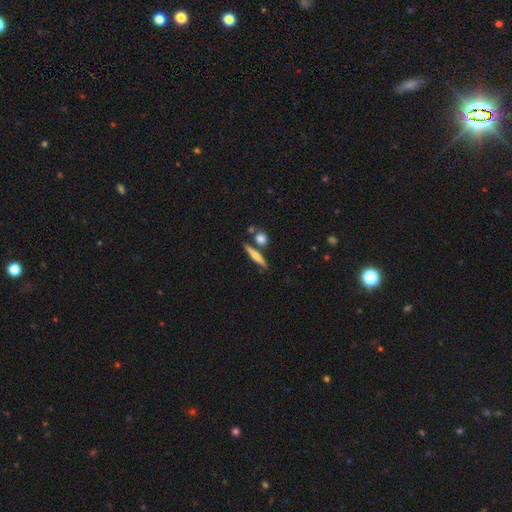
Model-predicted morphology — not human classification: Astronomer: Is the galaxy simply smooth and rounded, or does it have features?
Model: smooth — 50% (runner-up: featured or disk, 43%).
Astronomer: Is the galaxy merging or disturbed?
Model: none — 77%.